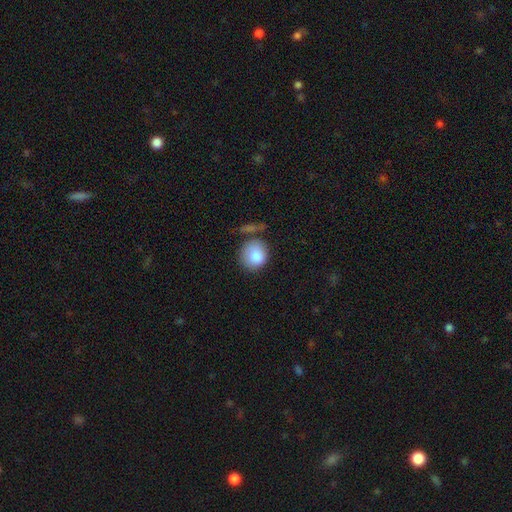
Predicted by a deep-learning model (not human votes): smooth-or-featured: smooth: 86% | featured or disk: 7% | star or artifact: 7%
  how-rounded: round: 87% | in between: 12% | cigar-shaped: 1%
  merging: none: 61% | minor disturbance: 20% | merger: 11% | major disturbance: 8%